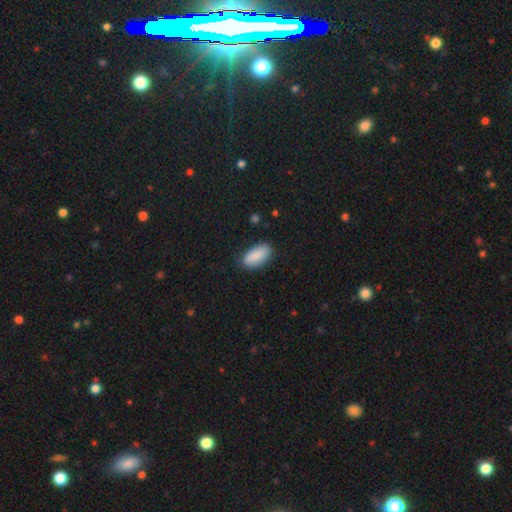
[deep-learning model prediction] Q: Smooth or featured?
A: smooth (89%); runner-up: star or artifact (6%)
Q: How rounded?
A: in between (90%); runner-up: cigar-shaped (7%)
Q: Merging?
A: none (82%); runner-up: minor disturbance (14%)